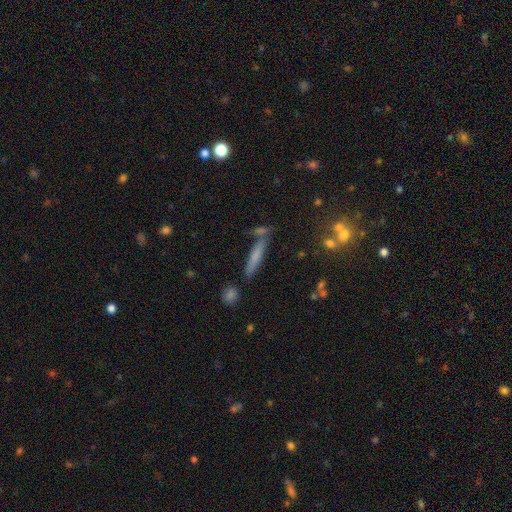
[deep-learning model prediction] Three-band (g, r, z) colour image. It shows a smooth galaxy with no disk features (59%) that is cigar-shaped (90%). Merging: none (72%).